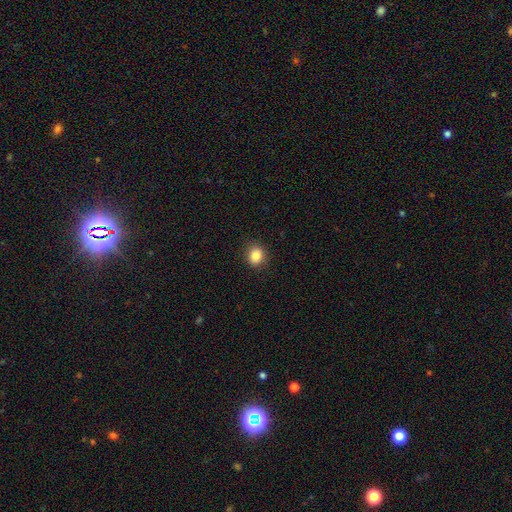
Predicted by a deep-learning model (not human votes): Overall: smooth (86%). How rounded: round (63%; in between 36%). Merging: none (88%).